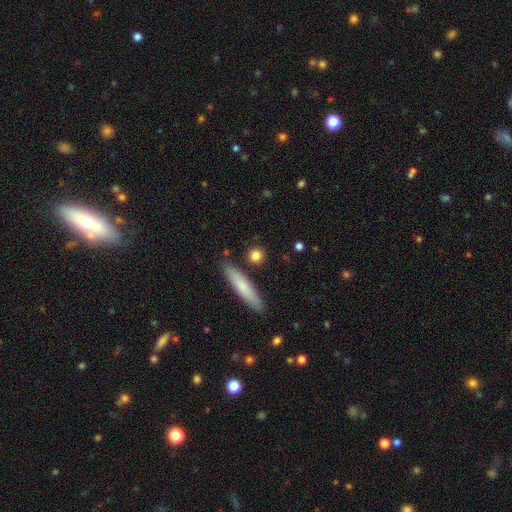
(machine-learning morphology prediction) A smooth galaxy with no disk features (80%) that is round (61%). Merging: none (84%).